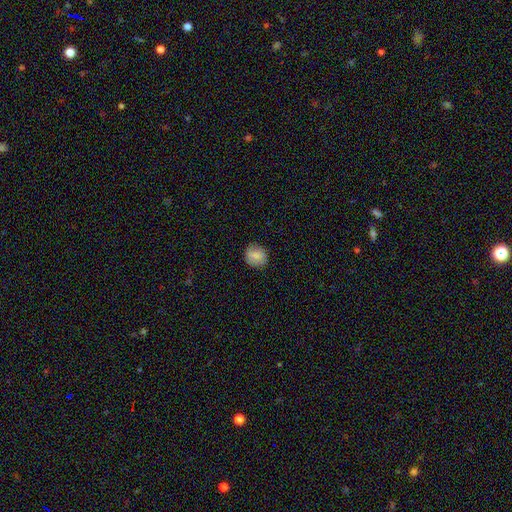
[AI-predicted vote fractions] Overall: smooth (83%). How rounded: round (73%). Merging: none (86%).